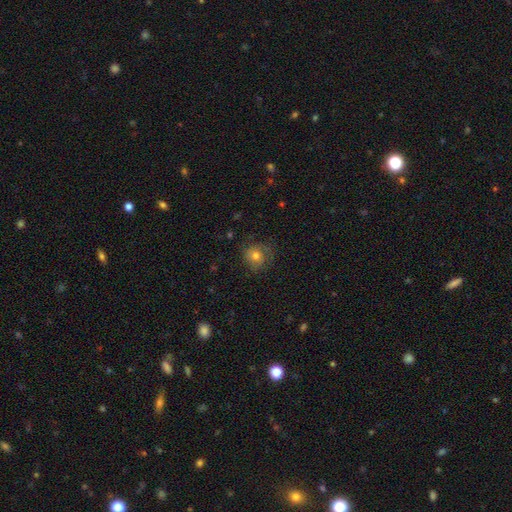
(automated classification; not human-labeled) Overall: smooth (63%; featured or disk 26%). How rounded: round (85%). Merging: none (68%).